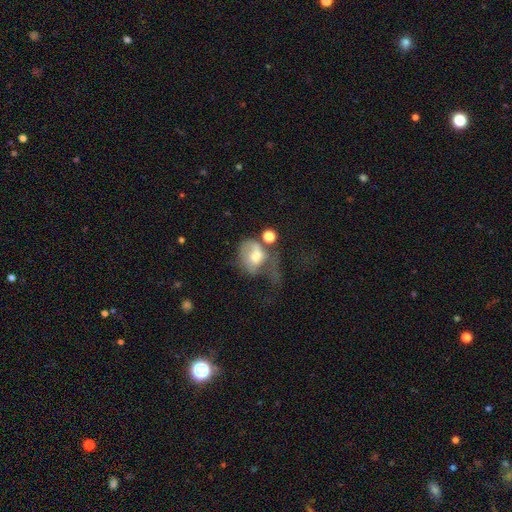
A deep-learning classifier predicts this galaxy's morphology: Smooth or featured: smooth — 56% (featured or disk — 34%)
How rounded: in between — 62% (round — 37%)
Merging: major disturbance — 52% (merger — 18%)